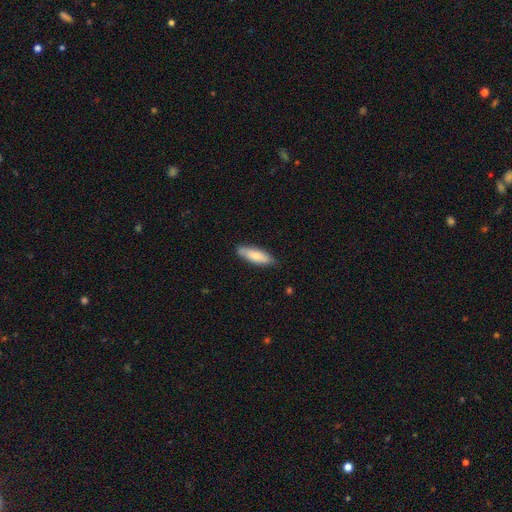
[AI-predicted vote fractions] smooth-or-featured: smooth: 77% | featured or disk: 18% | star or artifact: 6%
  how-rounded: cigar-shaped: 51% | in between: 47% | round: 2%
  merging: none: 83% | minor disturbance: 14% | major disturbance: 2% | merger: 1%